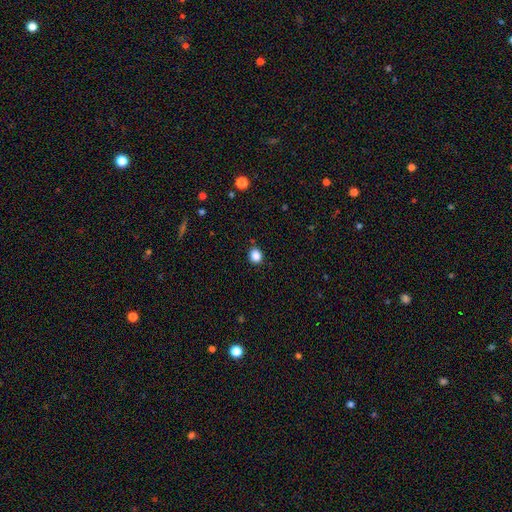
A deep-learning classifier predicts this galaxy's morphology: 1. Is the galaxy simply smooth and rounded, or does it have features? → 87% smooth, 10% star or artifact, 3% featured or disk.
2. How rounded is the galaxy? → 69% round, 30% in between, 1% cigar-shaped.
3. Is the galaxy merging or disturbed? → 88% none, 8% minor disturbance, 2% major disturbance, 2% merger.